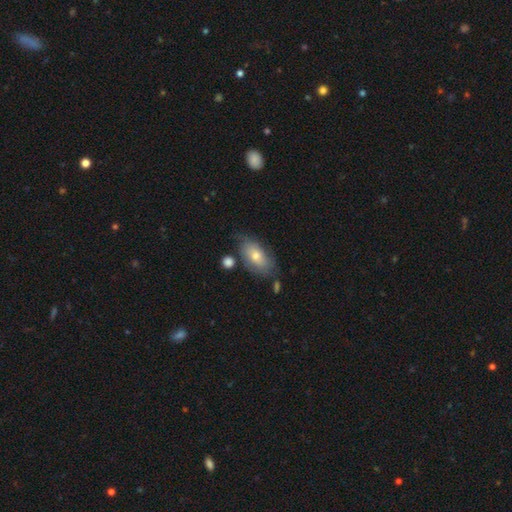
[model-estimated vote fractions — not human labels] Q: Smooth or featured?
A: smooth (63%); runner-up: featured or disk (30%)
Q: How rounded?
A: in between (89%); runner-up: round (6%)
Q: Merging?
A: none (61%); runner-up: minor disturbance (25%)